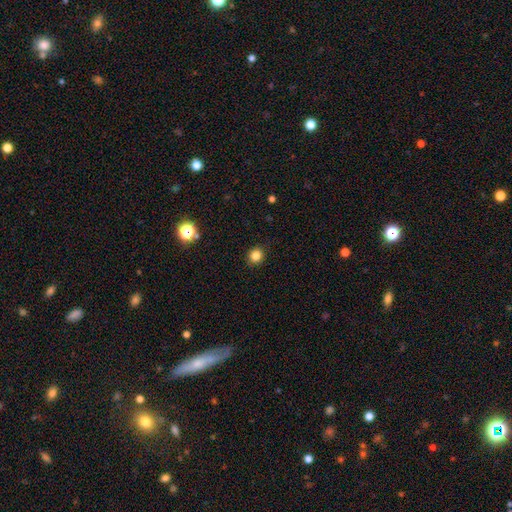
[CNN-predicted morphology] Smooth or featured?
  - smooth: 82% *
  - star or artifact: 13%
  - featured or disk: 5%
How rounded?
  - round: 86% *
  - in between: 13%
  - cigar-shaped: 1%
Merging?
  - none: 90% *
  - minor disturbance: 7%
  - major disturbance: 2%
  - merger: 1%